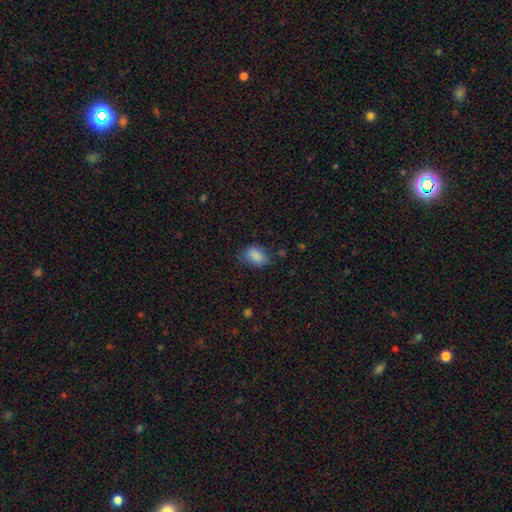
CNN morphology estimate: Smooth or featured: smooth — 85% (star or artifact — 8%)
How rounded: in between — 82% (round — 16%)
Merging: none — 64% (minor disturbance — 27%)